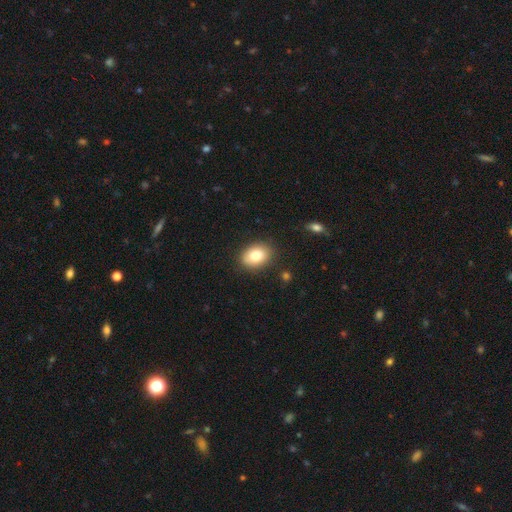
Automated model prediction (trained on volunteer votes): Smooth or featured? Predicted: smooth (p=0.82). How rounded? Predicted: in between (p=0.71). Merging? Predicted: none (p=0.86).